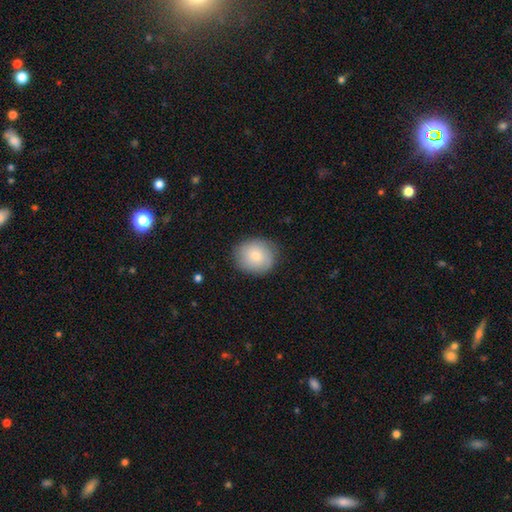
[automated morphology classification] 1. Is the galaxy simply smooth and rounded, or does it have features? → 81% smooth, 12% featured or disk, 7% star or artifact.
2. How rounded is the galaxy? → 75% round, 24% in between, 1% cigar-shaped.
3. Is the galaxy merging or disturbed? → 84% none, 12% minor disturbance, 3% major disturbance, 1% merger.